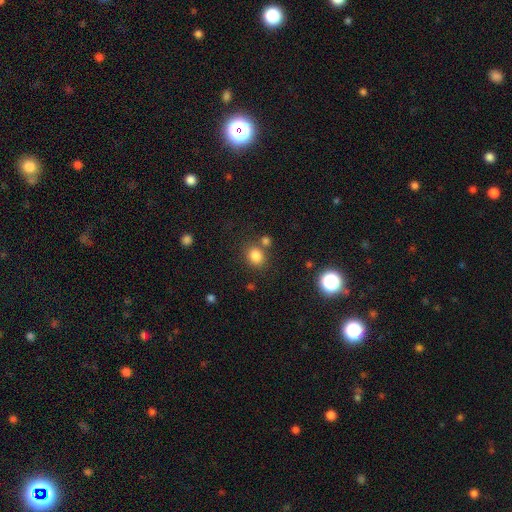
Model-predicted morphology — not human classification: Smooth or featured: smooth — 81% (star or artifact — 13%)
How rounded: round — 69% (in between — 30%)
Merging: none — 71% (merger — 15%)